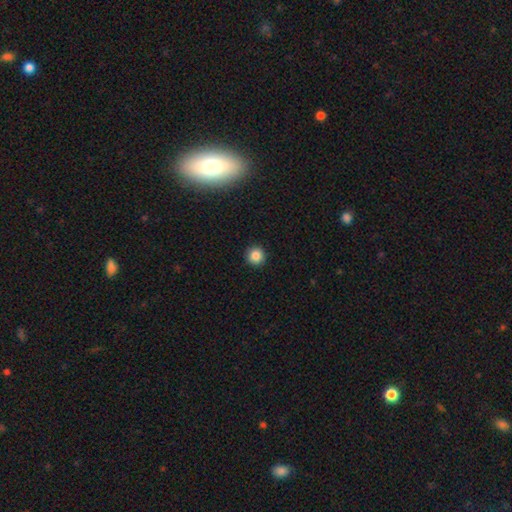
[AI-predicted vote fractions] Smooth or featured? smooth (84%)
How rounded? round (95%)
Merging? none (93%)